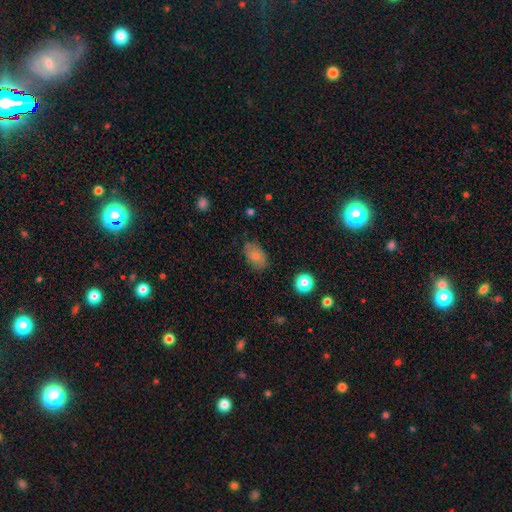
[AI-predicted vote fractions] A smooth galaxy with no disk features (74%) that is in between round and cigar-shaped (88%).

Vote fractions:
- Smooth or featured? smooth: 74% / featured or disk: 17% / star or artifact: 9%
- How rounded? in between: 88% / round: 11% / cigar-shaped: 2%
- Merging? none: 76% / minor disturbance: 18% / major disturbance: 4% / merger: 2%